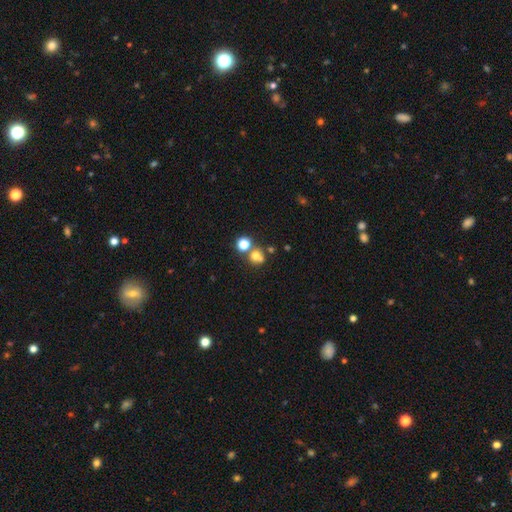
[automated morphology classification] A smooth galaxy with no disk features (69%) that is round (80%).

Vote fractions:
- Smooth or featured? smooth: 69% / star or artifact: 19% / featured or disk: 12%
- How rounded? round: 80% / in between: 19% / cigar-shaped: 1%
- Merging? none: 49% / merger: 36% / minor disturbance: 9% / major disturbance: 5%